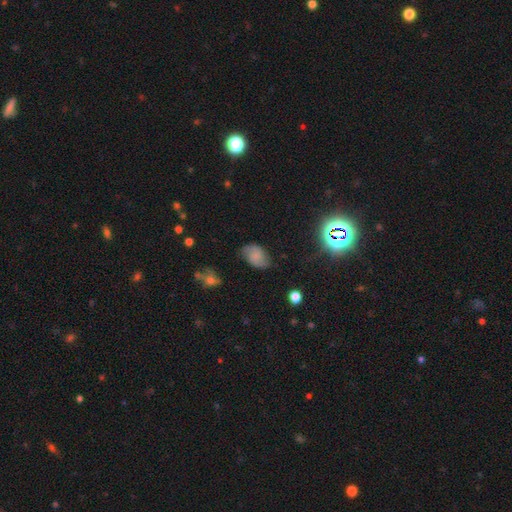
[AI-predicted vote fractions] Q: Smooth or featured?
A: smooth (57%); runner-up: featured or disk (30%)
Q: How rounded?
A: in between (86%); runner-up: round (13%)
Q: Merging?
A: none (69%); runner-up: minor disturbance (23%)